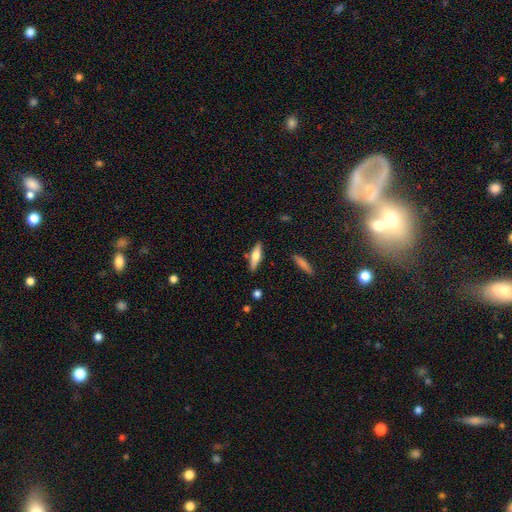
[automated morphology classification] Overall: smooth (48%; featured or disk 46%). Merging: none (85%).